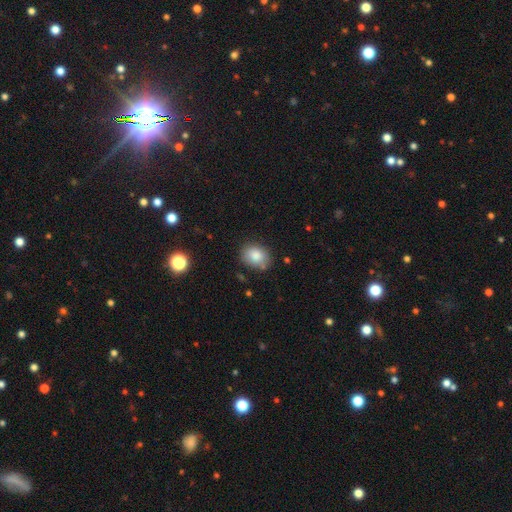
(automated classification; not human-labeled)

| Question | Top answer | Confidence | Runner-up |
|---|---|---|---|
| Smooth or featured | smooth | 83% | star or artifact (9%) |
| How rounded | in between | 58% | round (41%) |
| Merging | none | 74% | minor disturbance (19%) |